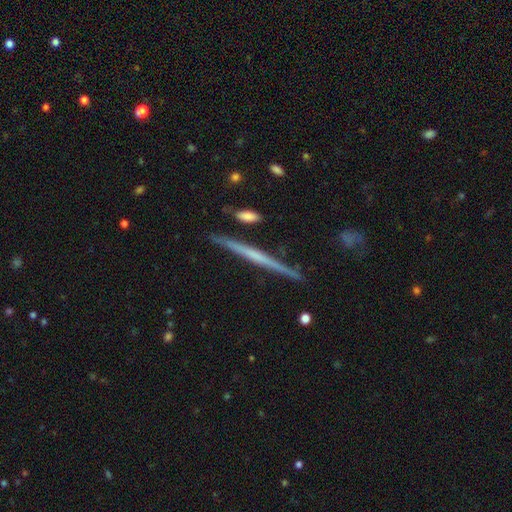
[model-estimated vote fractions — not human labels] smooth_or_featured: featured or disk (p=0.64) [alt: smooth p=0.30]
disk_edge_on: yes (p=0.98) [alt: no p=0.02]
edge_on_bulge: none (p=0.76) [alt: rounded p=0.16]
merging: none (p=0.89) [alt: minor disturbance p=0.08]